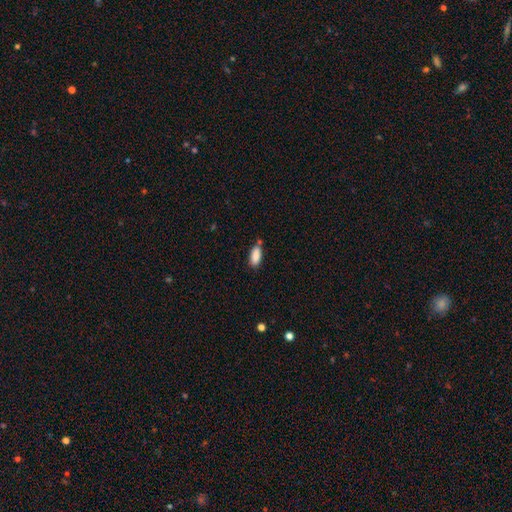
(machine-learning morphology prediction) type=smooth (87%); roundness=in between (83%); merging=none (69%).